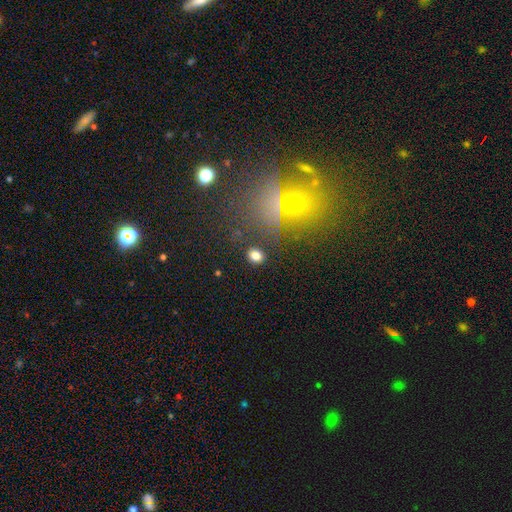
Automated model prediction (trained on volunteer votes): The model was most divided on "how rounded": round: 52%, in between: 46%, cigar-shaped: 1%. More confident: merging — none (86%); smooth or featured — smooth (81%).